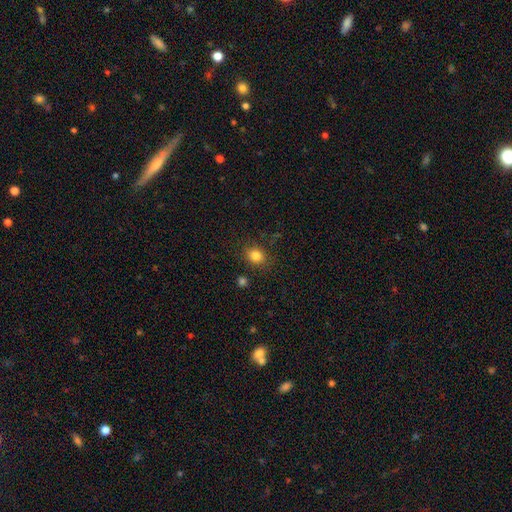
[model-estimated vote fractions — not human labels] Smooth or featured? Predicted: smooth (p=0.83). How rounded? Predicted: round (p=0.61). Merging? Predicted: none (p=0.83).